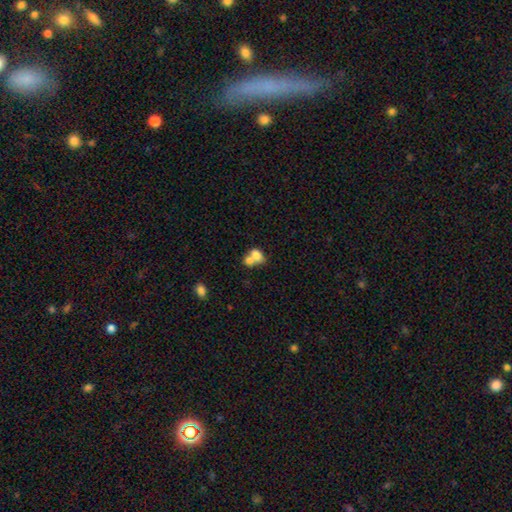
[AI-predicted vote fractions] Smooth or featured: smooth — 73% (featured or disk — 17%)
How rounded: in between — 68% (round — 31%)
Merging: merger — 67% (none — 22%)